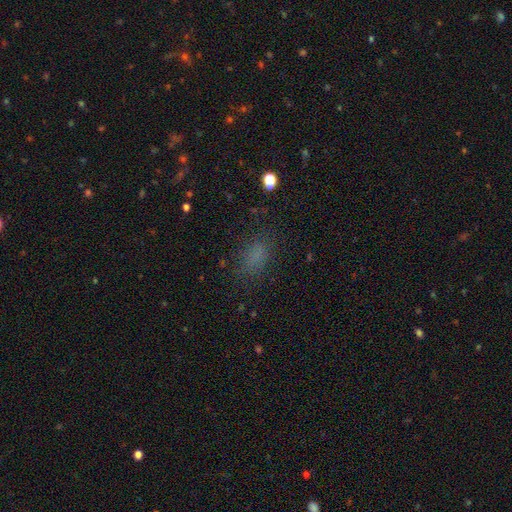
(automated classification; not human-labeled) smooth_or_featured: smooth (p=0.75) [alt: star or artifact p=0.19]
how_rounded: in between (p=0.83) [alt: round p=0.13]
merging: none (p=0.75) [alt: minor disturbance p=0.15]